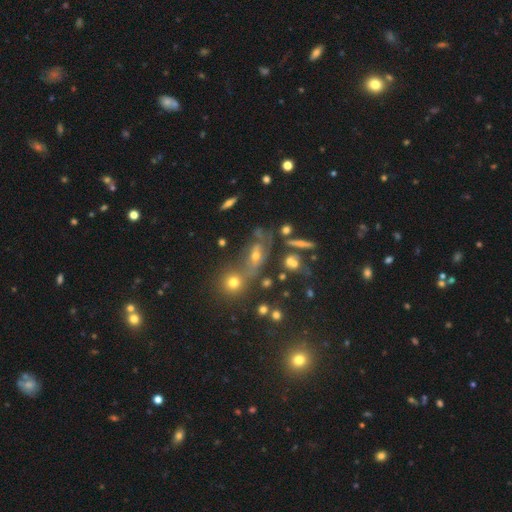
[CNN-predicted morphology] smooth-or-featured: smooth: 40% | featured or disk: 35% | star or artifact: 25%
  merging: none: 41% | merger: 28% | minor disturbance: 17% | major disturbance: 14%